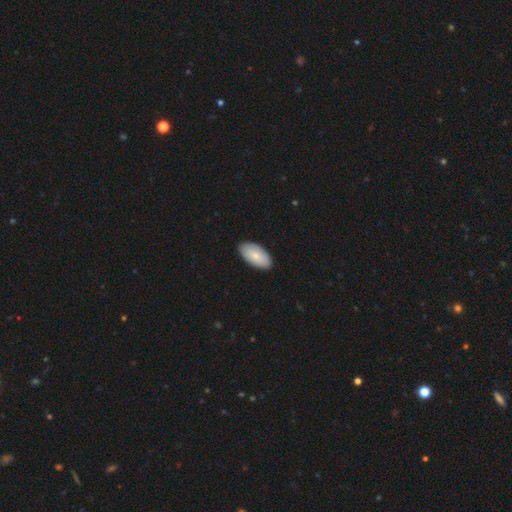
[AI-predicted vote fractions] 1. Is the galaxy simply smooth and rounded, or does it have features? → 78% smooth, 16% featured or disk, 5% star or artifact.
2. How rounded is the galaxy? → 95% in between, 2% cigar-shaped, 2% round.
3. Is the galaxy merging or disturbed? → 88% none, 9% minor disturbance, 2% major disturbance, 1% merger.